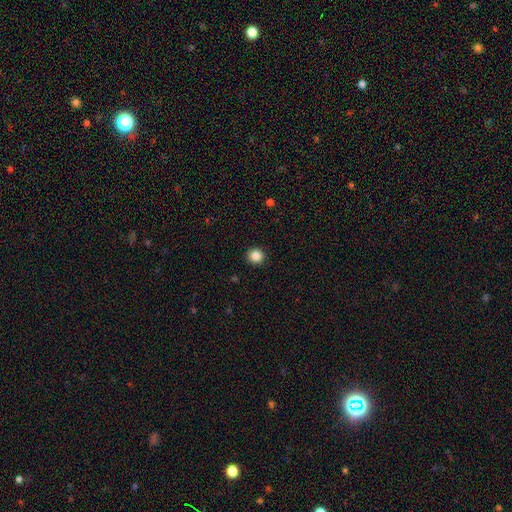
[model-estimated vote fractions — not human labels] smooth_or_featured: smooth (p=0.86) [alt: star or artifact p=0.10]
how_rounded: round (p=0.91) [alt: in between p=0.08]
merging: none (p=0.93) [alt: minor disturbance p=0.05]